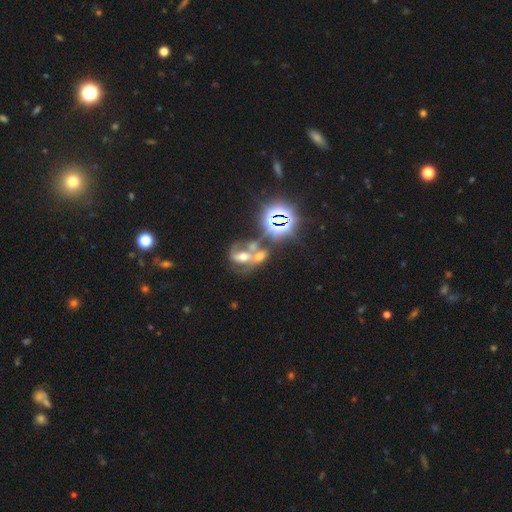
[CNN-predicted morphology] type=featured or disk (42%); merging=merger (62%).